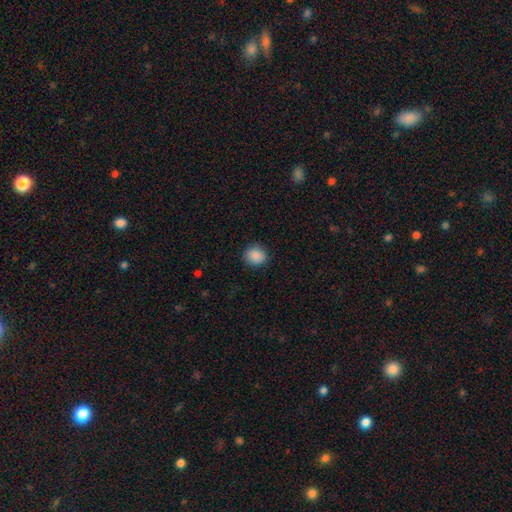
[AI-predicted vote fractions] Smooth or featured?
  - smooth: 89% *
  - star or artifact: 8%
  - featured or disk: 3%
How rounded?
  - round: 77% *
  - in between: 22%
  - cigar-shaped: 1%
Merging?
  - none: 87% *
  - minor disturbance: 10%
  - major disturbance: 3%
  - merger: 1%